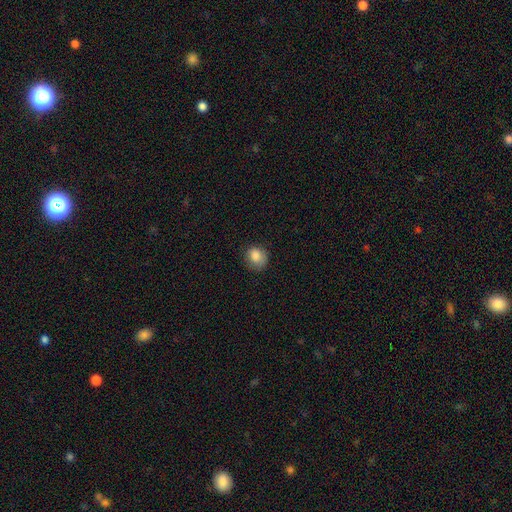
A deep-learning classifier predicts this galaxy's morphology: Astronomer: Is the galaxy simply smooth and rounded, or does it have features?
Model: smooth — 84%.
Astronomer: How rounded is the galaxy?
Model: round — 72%.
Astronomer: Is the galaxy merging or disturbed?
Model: none — 70%.